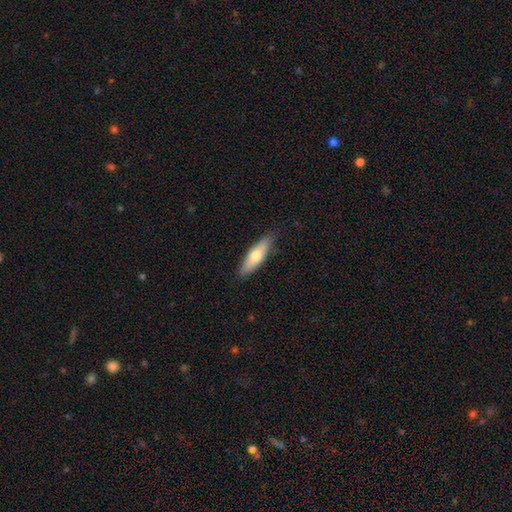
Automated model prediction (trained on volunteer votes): This appears to be a smooth galaxy with no disk features (62%) that is cigar-shaped (55%). Merging: none (85%).